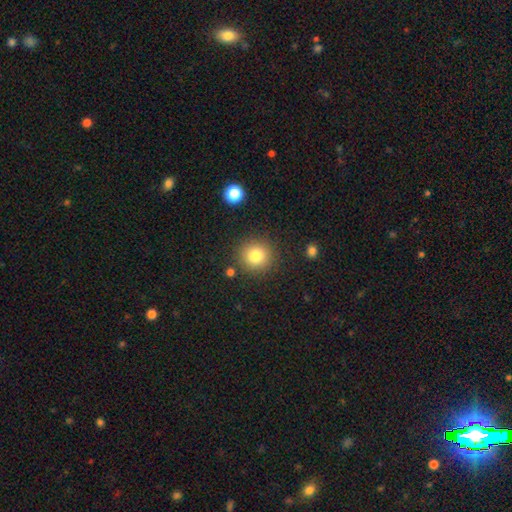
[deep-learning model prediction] This appears to be a smooth galaxy with no disk features (81%) that is round (93%). Merging: none (88%).